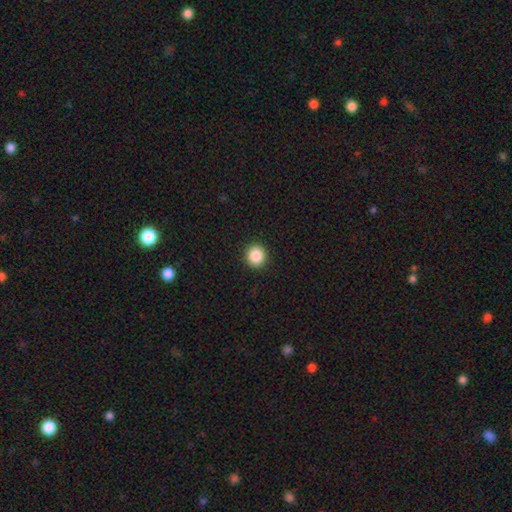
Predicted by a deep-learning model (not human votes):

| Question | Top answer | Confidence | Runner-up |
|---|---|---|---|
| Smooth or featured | smooth | 87% | star or artifact (9%) |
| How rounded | round | 91% | in between (8%) |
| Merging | none | 93% | minor disturbance (5%) |